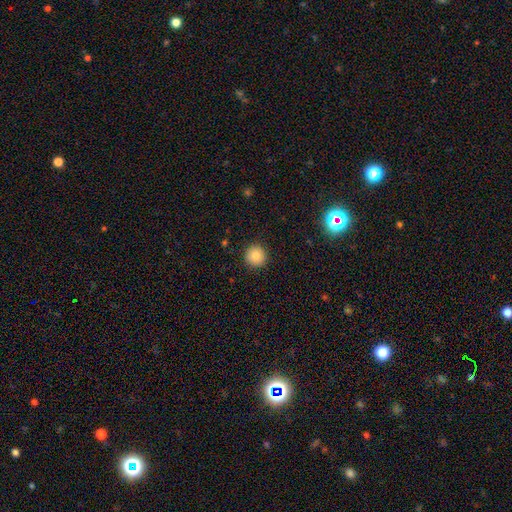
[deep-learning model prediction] Smooth or featured? smooth (83%)
How rounded? round (95%)
Merging? none (91%)